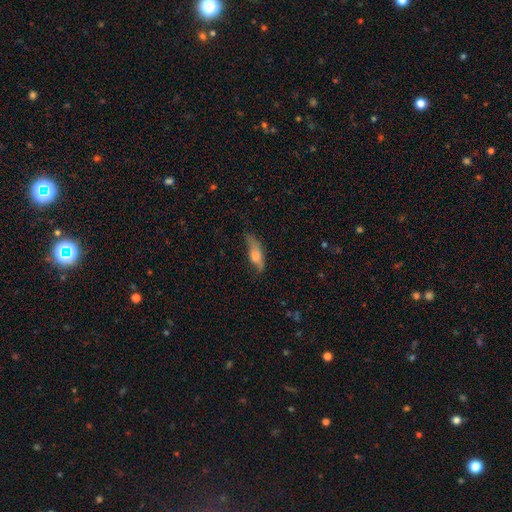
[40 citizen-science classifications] Volunteers were most divided on "how rounded": in between: 52%, cigar-shaped: 48%, round: 0%. Remaining: smooth or featured — smooth (62%); merging — minor disturbance (37%).